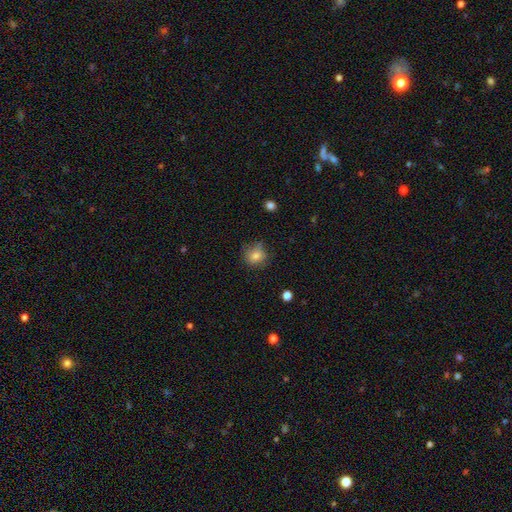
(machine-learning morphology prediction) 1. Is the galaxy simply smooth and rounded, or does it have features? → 80% smooth, 11% star or artifact, 9% featured or disk.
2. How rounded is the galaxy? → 83% round, 16% in between, 1% cigar-shaped.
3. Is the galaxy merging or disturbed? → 72% none, 21% minor disturbance, 5% major disturbance, 2% merger.